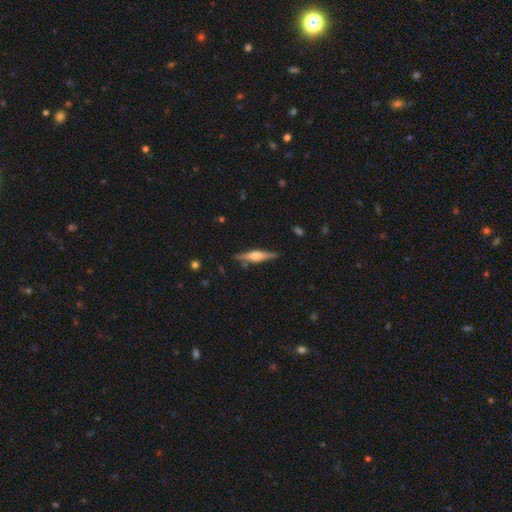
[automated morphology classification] A featured or disk galaxy (68%) viewed edge-on (97%) with a rounded central bulge (75%).

Vote fractions:
- Smooth or featured? featured or disk: 68% / smooth: 26% / star or artifact: 6%
- Edge-on disk? yes: 97% / no: 3%
- Edge-on bulge? rounded: 75% / boxy: 21% / none: 4%
- Merging? none: 86% / minor disturbance: 10% / major disturbance: 2% / merger: 2%